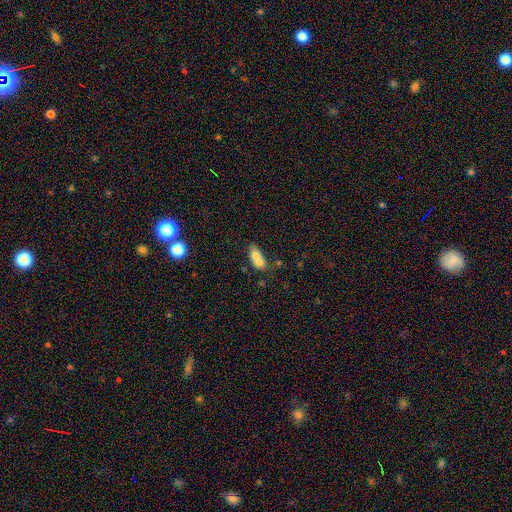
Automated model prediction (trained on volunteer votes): Smooth or featured?
  - smooth: 68% *
  - featured or disk: 22%
  - star or artifact: 10%
How rounded?
  - in between: 74% *
  - round: 18%
  - cigar-shaped: 8%
Merging?
  - merger: 62% *
  - none: 23%
  - minor disturbance: 10%
  - major disturbance: 5%